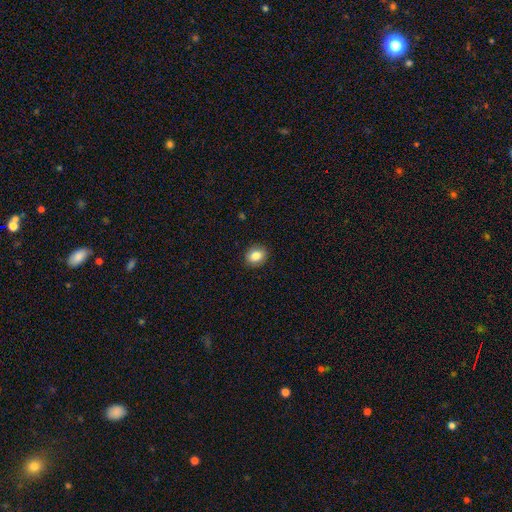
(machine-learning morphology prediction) This is clearly a smooth galaxy (84%). How rounded: possibly round (52%). Merging: clearly none (90%).